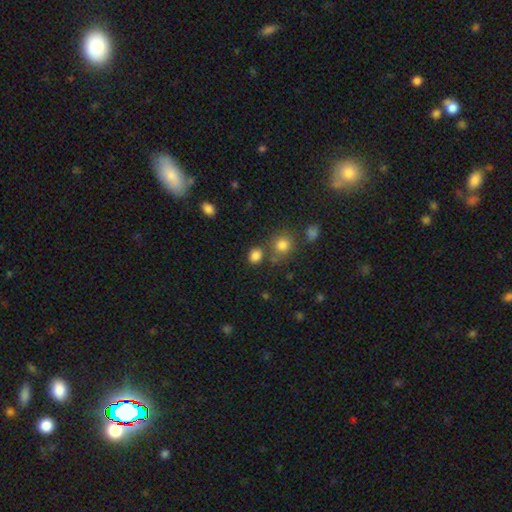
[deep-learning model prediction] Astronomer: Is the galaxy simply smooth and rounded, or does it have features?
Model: smooth — 82%.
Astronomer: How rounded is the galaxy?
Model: round — 66%.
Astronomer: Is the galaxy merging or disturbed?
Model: none — 71%.